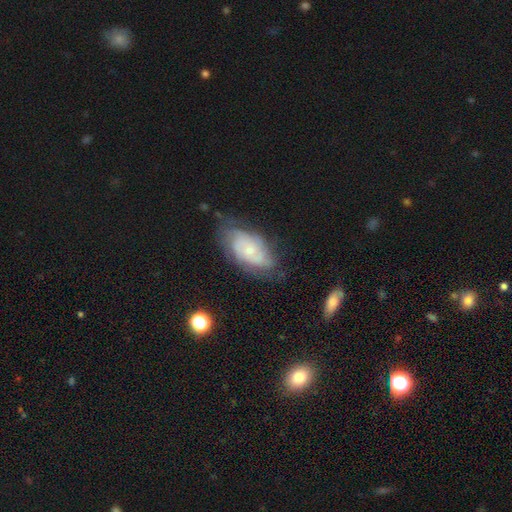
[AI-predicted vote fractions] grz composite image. It shows a featured or disk galaxy (67%) with no bar (74%), tight (56%) spiral arms (86%) and a small central bulge (64%). Merging: none (62%).